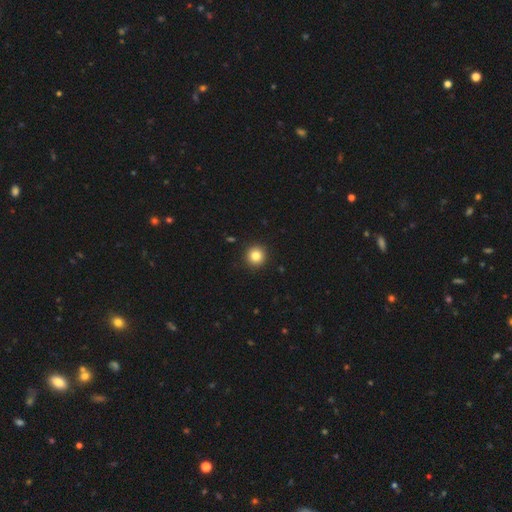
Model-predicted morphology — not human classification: This appears to be a smooth galaxy with no disk features (84%) that is round (95%). Merging: none (93%).